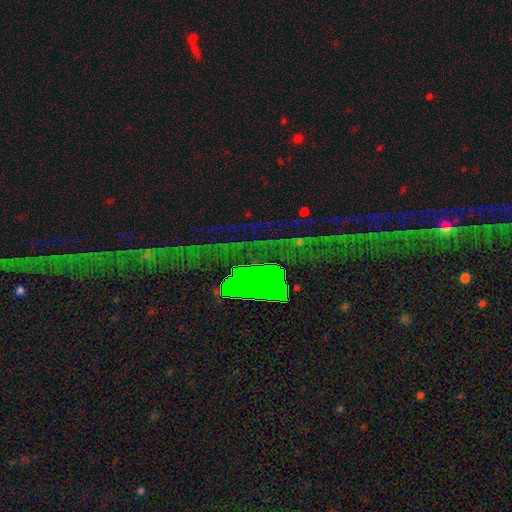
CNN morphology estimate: type=star or artifact (71%).